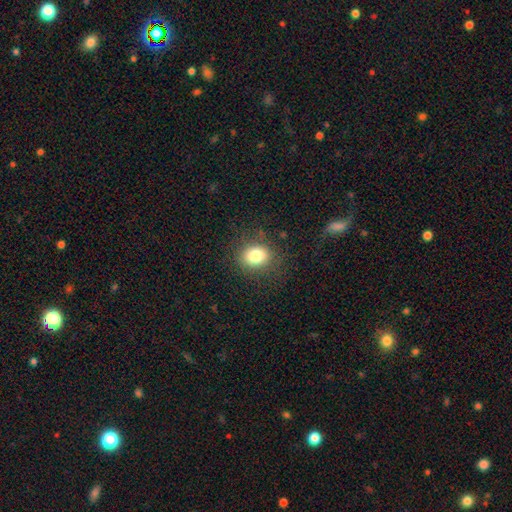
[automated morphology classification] This is clearly a smooth galaxy (81%). How rounded: possibly round (52%). Merging: clearly none (83%).